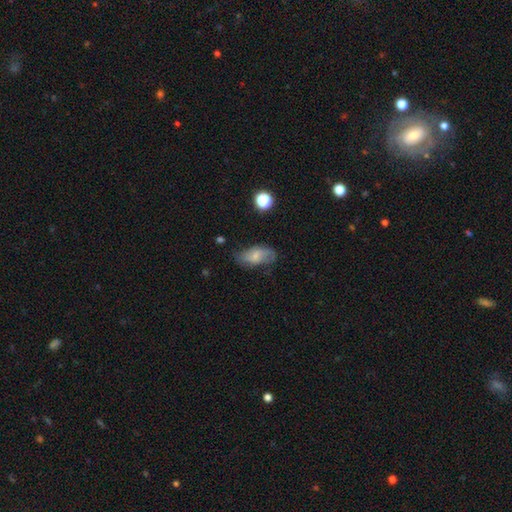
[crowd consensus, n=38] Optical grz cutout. It shows a smooth galaxy with no disk features (71%) that is in between round and cigar-shaped (93%). Merging: none (46%).